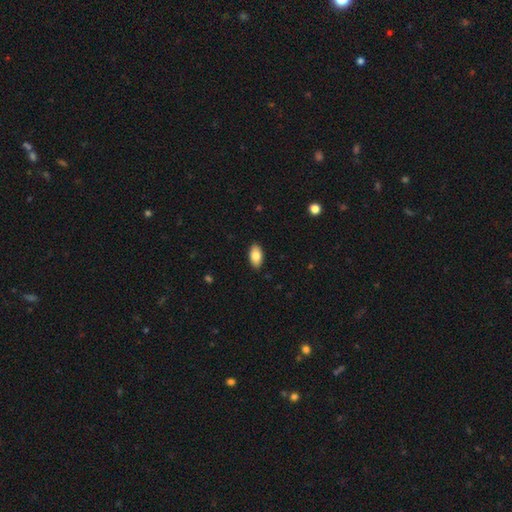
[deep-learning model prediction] A smooth galaxy with no disk features (83%) that is in between round and cigar-shaped (94%).

Vote fractions:
- Smooth or featured? smooth: 83% / featured or disk: 11% / star or artifact: 7%
- How rounded? in between: 94% / round: 3% / cigar-shaped: 3%
- Merging? none: 89% / minor disturbance: 8% / major disturbance: 2% / merger: 1%